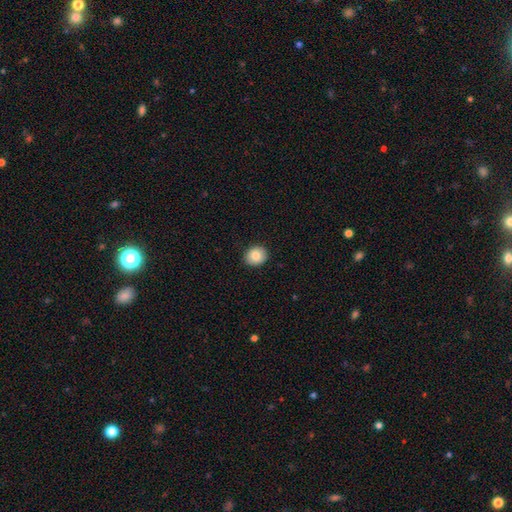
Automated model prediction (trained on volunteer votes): Smooth or featured? Predicted: smooth (p=0.86). How rounded? Predicted: round (p=0.79). Merging? Predicted: none (p=0.90).